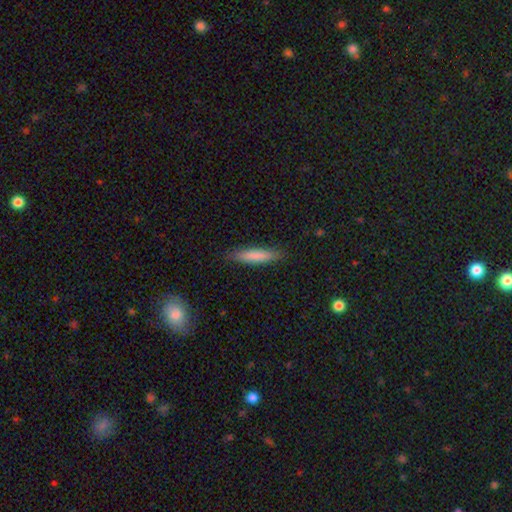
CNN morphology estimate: Smooth or featured? Predicted: smooth (p=0.80). How rounded? Predicted: cigar-shaped (p=0.85). Merging? Predicted: none (p=0.88).